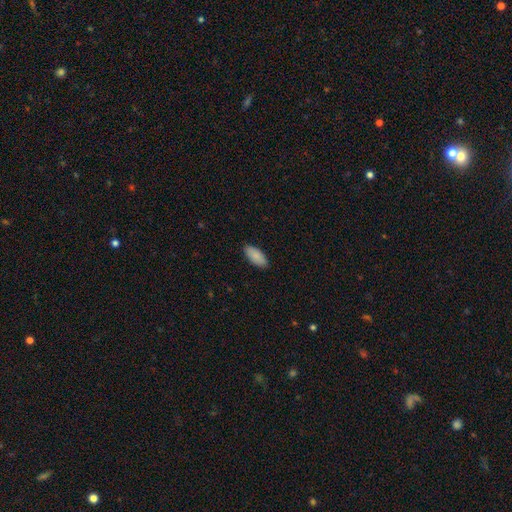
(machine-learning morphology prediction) Smooth or featured: smooth — 89% (star or artifact — 6%)
How rounded: in between — 88% (cigar-shaped — 11%)
Merging: none — 89% (minor disturbance — 8%)